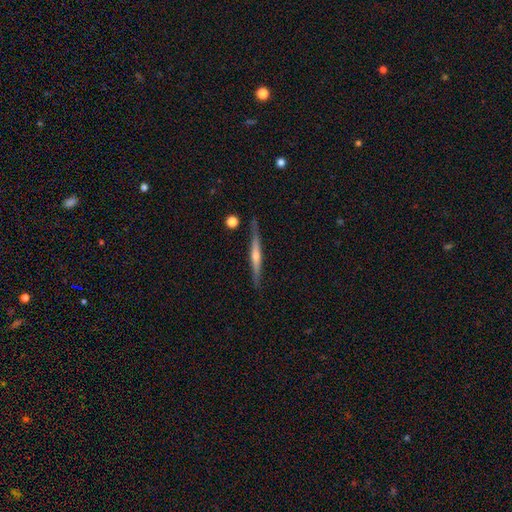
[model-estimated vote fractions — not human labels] featured or disk 75%, smooth 20%, star or artifact 6%. Down the decision tree: edge-on disk — yes (98%); edge-on bulge — rounded (77%); merging — none (86%).